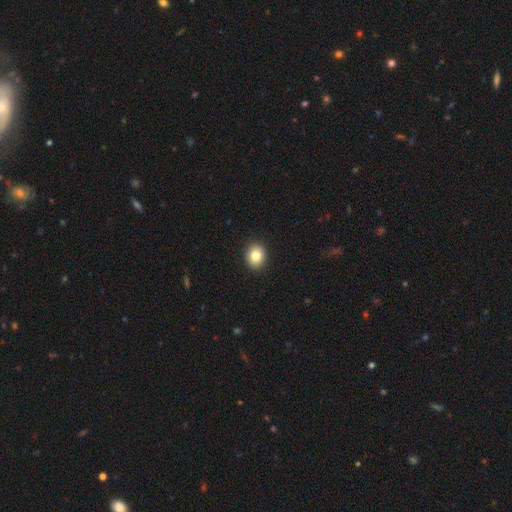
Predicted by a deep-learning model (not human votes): Smooth or featured? Predicted: smooth (p=0.82). How rounded? Predicted: round (p=0.55). Merging? Predicted: none (p=0.91).